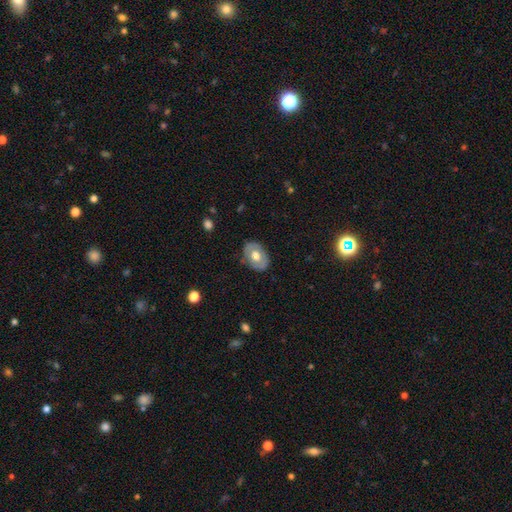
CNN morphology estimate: Smooth or featured: smooth — 51% (featured or disk — 43%)
How rounded: in between — 76% (round — 23%)
Merging: none — 80% (minor disturbance — 15%)